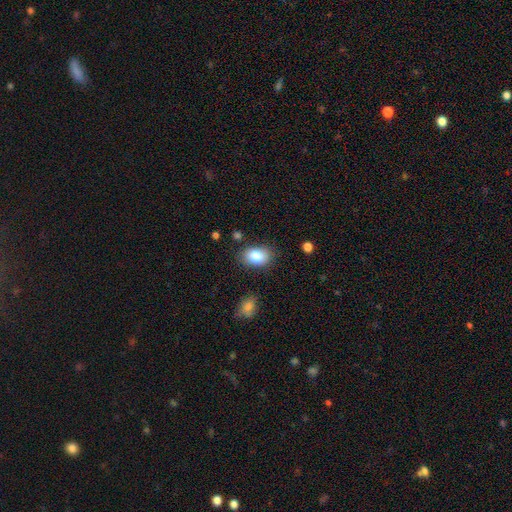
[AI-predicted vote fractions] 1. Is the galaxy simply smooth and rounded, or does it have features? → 84% smooth, 9% featured or disk, 8% star or artifact.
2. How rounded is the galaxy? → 81% in between, 18% round, 1% cigar-shaped.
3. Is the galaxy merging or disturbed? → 81% none, 14% minor disturbance, 3% major disturbance, 2% merger.